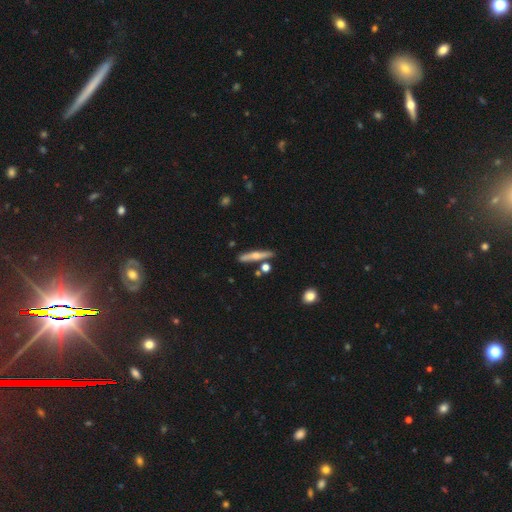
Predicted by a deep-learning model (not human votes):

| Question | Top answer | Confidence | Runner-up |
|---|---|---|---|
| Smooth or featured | featured or disk | 48% | smooth (45%) |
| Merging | none | 81% | minor disturbance (10%) |